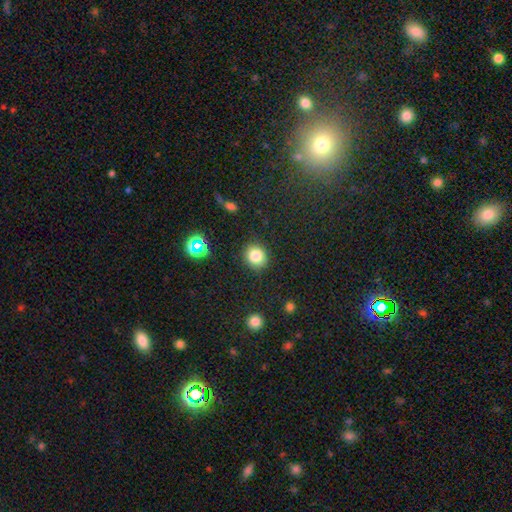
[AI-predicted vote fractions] Overall: smooth (81%). How rounded: round (76%). Merging: none (86%).